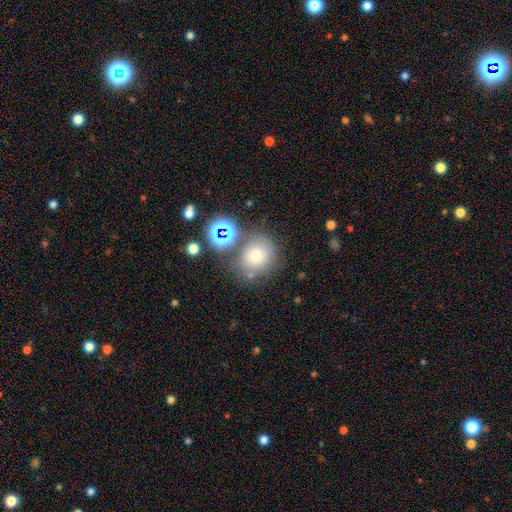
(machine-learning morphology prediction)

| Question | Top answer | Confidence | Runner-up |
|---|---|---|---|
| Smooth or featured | smooth | 60% | star or artifact (22%) |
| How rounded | round | 80% | in between (19%) |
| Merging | none | 64% | minor disturbance (15%) |